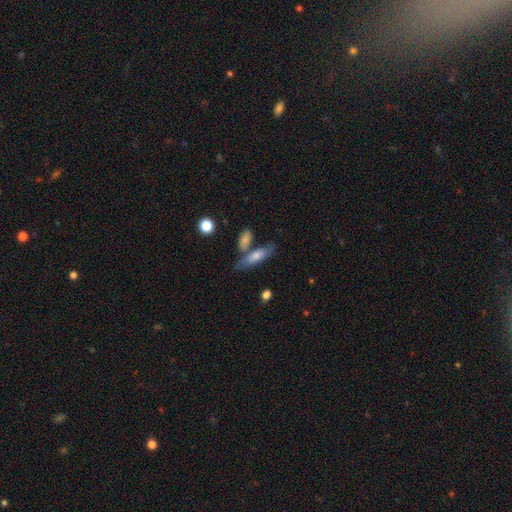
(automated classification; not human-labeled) smooth-or-featured: smooth: 64% | featured or disk: 28% | star or artifact: 8%
  how-rounded: cigar-shaped: 50% | in between: 47% | round: 3%
  merging: none: 57% | merger: 23% | minor disturbance: 15% | major disturbance: 5%